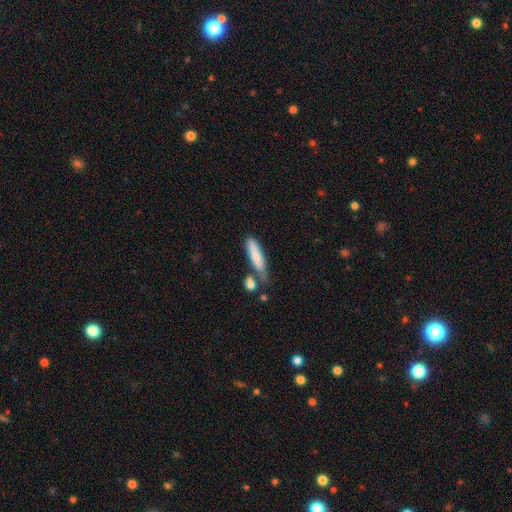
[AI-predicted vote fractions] This is likely a smooth galaxy (77%). How rounded: likely cigar-shaped (77%). Merging: possibly none (50%).